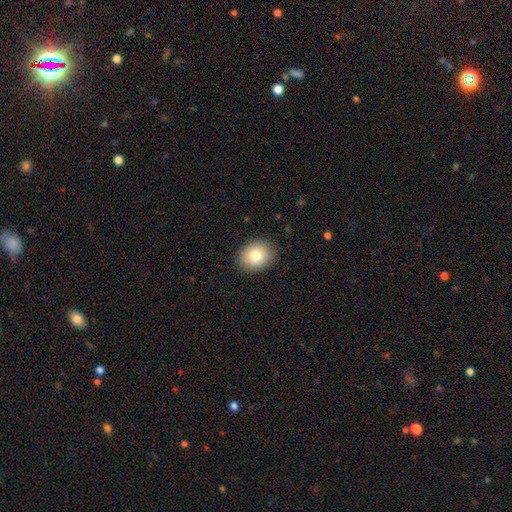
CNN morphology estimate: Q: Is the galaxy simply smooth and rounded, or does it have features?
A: smooth — 81%.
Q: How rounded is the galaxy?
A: round — 57%.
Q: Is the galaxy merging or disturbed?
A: none — 88%.